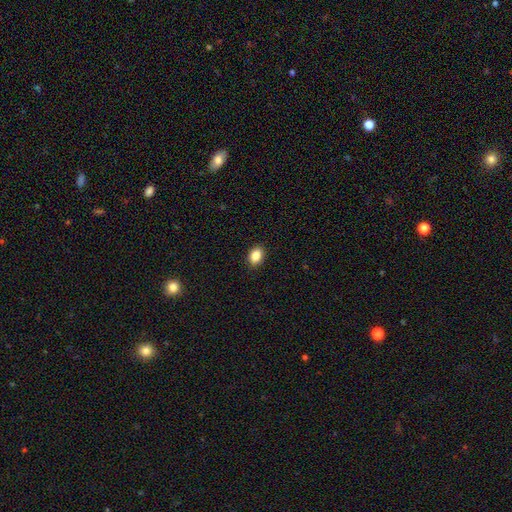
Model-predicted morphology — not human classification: Smooth or featured? Predicted: smooth (p=0.87). How rounded? Predicted: in between (p=0.77). Merging? Predicted: none (p=0.91).